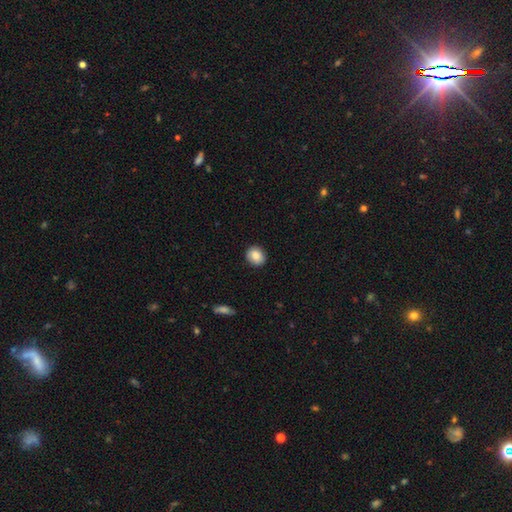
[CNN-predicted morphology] A smooth galaxy with no disk features (87%) that is round (72%).

Vote fractions:
- Smooth or featured? smooth: 87% / star or artifact: 8% / featured or disk: 6%
- How rounded? round: 72% / in between: 27% / cigar-shaped: 1%
- Merging? none: 90% / minor disturbance: 8% / major disturbance: 2% / merger: 1%